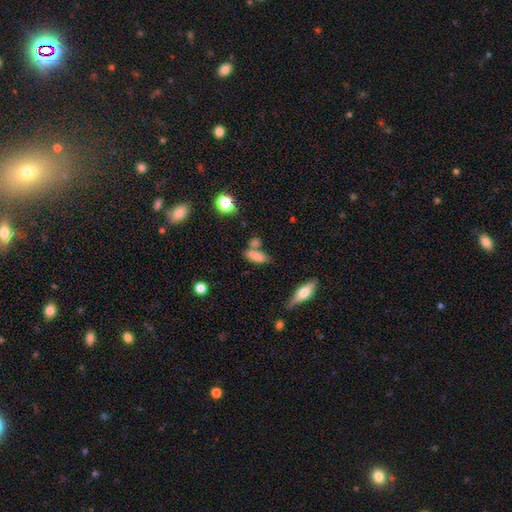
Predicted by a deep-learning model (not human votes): This appears to be a smooth galaxy with no disk features (75%) that is in between round and cigar-shaped (69%). Merging: none (43%).